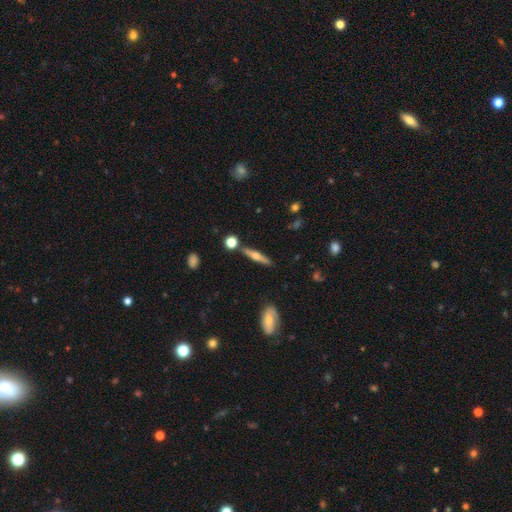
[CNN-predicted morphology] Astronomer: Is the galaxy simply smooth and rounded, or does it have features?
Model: featured or disk — 59%.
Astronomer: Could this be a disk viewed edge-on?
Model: yes — 95%.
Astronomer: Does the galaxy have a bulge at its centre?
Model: rounded — 91%.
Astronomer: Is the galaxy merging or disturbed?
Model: none — 83%.